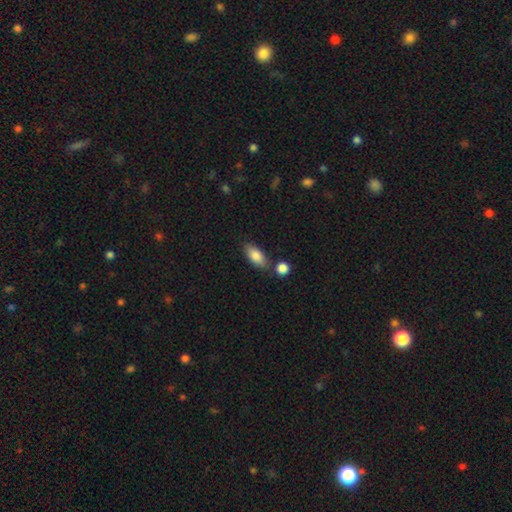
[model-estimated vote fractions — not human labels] smooth_or_featured: smooth (p=0.84) [alt: featured or disk p=0.09]
how_rounded: in between (p=0.87) [alt: cigar-shaped p=0.09]
merging: none (p=0.72) [alt: minor disturbance p=0.13]